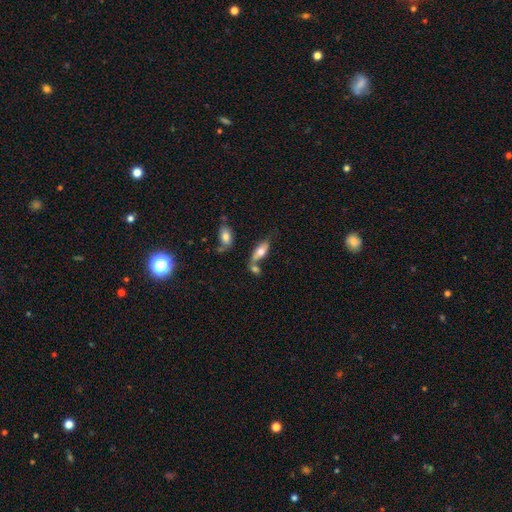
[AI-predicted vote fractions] Overall: smooth (48%; featured or disk 36%). Merging: none (49%; merger 30%).